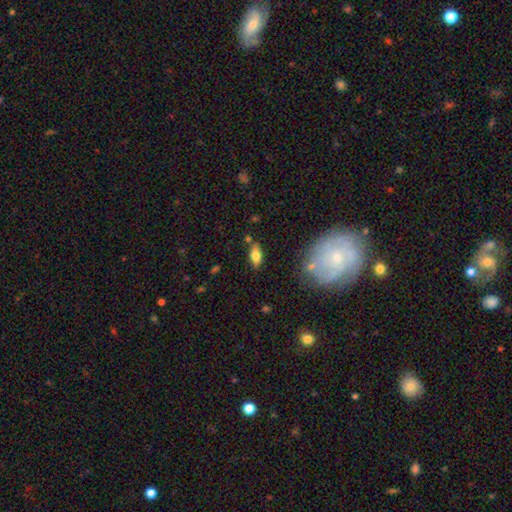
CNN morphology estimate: type=smooth (65%); roundness=in between (80%); merging=none (79%).